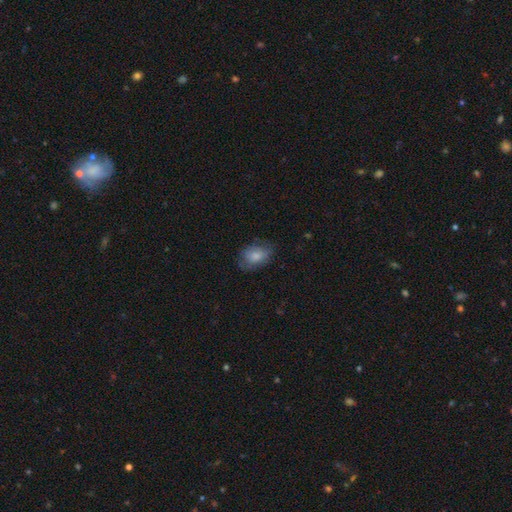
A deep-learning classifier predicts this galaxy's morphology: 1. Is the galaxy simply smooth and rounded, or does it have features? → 75% smooth, 18% featured or disk, 8% star or artifact.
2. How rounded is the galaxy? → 80% in between, 19% round, 1% cigar-shaped.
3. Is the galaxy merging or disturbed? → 62% none, 26% minor disturbance, 11% major disturbance, 1% merger.